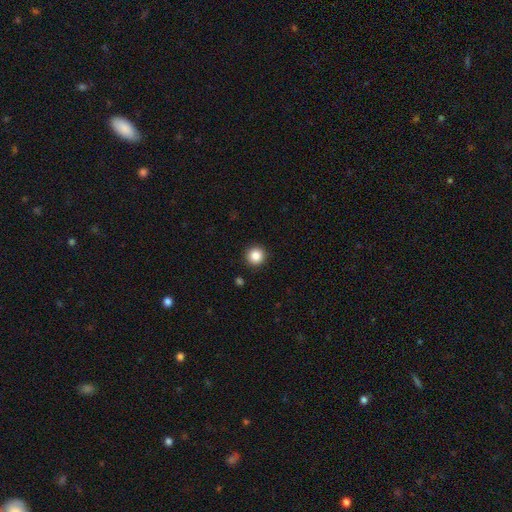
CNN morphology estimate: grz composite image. It shows a smooth galaxy with no disk features (86%) that is round (95%). Merging: none (92%).